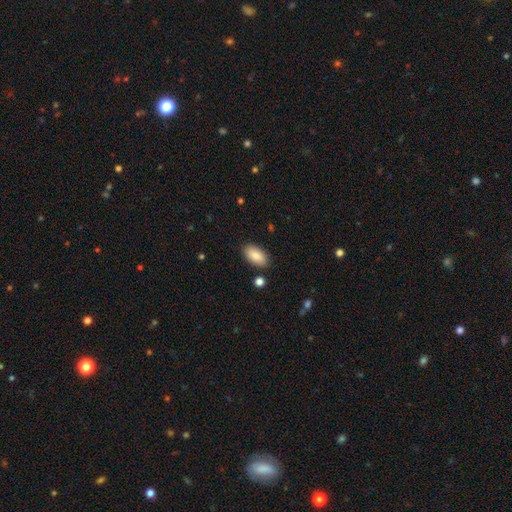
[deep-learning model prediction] smooth 85%, featured or disk 9%, star or artifact 7%. Down the decision tree: how rounded — in between (93%); merging — none (86%).